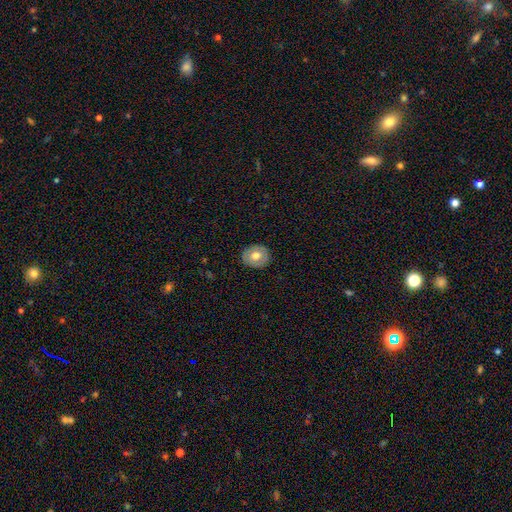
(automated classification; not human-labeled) smooth_or_featured: smooth (p=0.65) [alt: featured or disk p=0.28]
how_rounded: round (p=0.71) [alt: in between p=0.28]
merging: none (p=0.87) [alt: minor disturbance p=0.09]